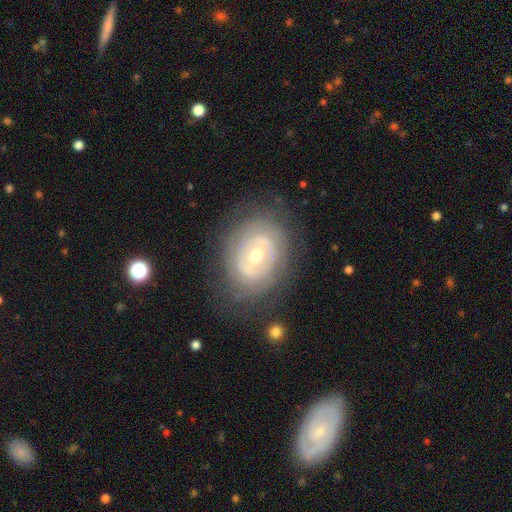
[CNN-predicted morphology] smooth_or_featured: featured or disk (p=0.78) [alt: smooth p=0.16]
disk_edge_on: no (p=0.96) [alt: yes p=0.04]
bar: no (p=0.42) [alt: weak p=0.39]
has_spiral_arms: yes (p=0.65) [alt: no p=0.35]
bulge_size: moderate (p=0.59) [alt: small p=0.36]
merging: none (p=0.77) [alt: minor disturbance p=0.15]